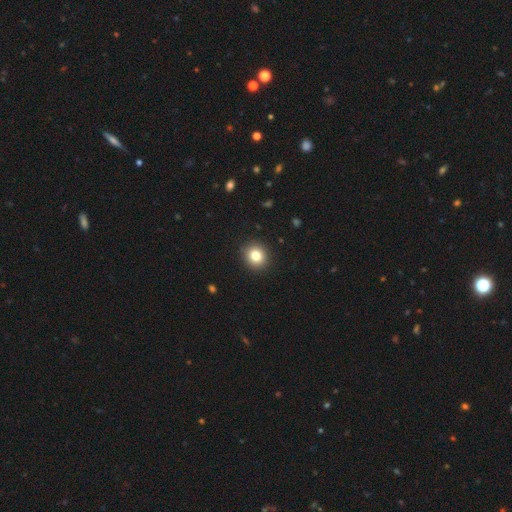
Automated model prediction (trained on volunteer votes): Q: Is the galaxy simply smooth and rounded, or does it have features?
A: smooth — 82%.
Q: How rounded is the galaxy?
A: round — 83%.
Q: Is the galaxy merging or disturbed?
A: none — 92%.